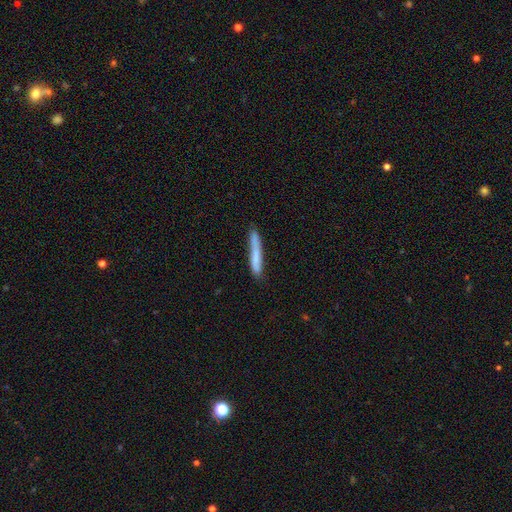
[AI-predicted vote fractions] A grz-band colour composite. It shows a smooth galaxy with no disk features (73%) that is cigar-shaped (95%). Merging: none (78%).